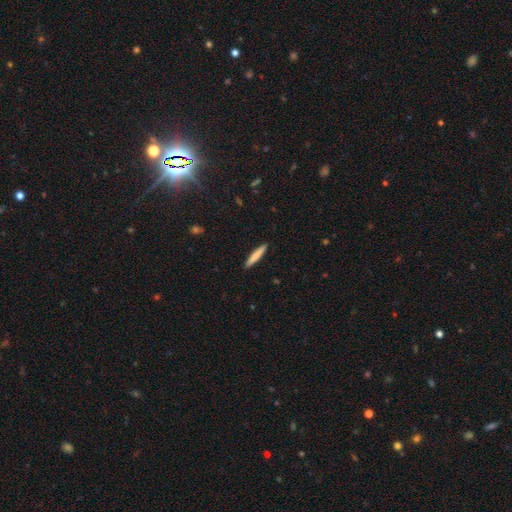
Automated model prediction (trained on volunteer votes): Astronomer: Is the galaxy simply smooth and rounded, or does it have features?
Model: smooth — 74%.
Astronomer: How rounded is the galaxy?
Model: cigar-shaped — 94%.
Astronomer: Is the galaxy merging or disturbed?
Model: none — 92%.